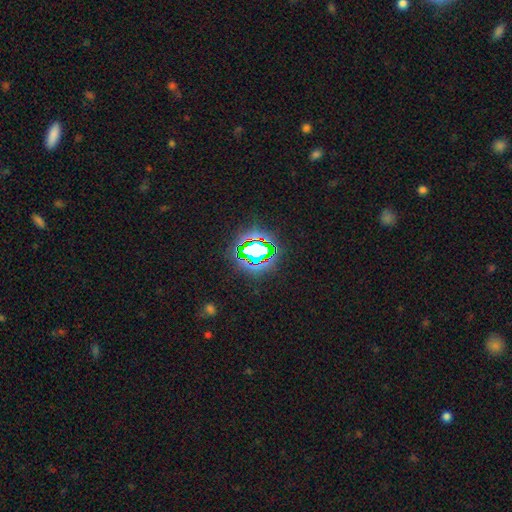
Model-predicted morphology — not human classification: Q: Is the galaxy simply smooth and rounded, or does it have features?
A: star or artifact — 77%.